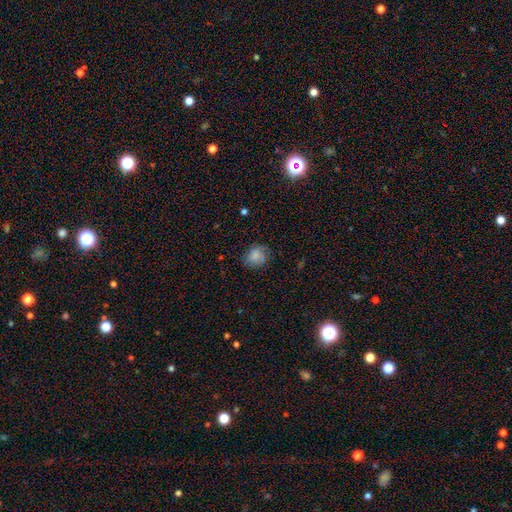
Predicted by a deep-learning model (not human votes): This appears to be a smooth galaxy with no disk features (76%) that is round (63%). Merging: none (69%).